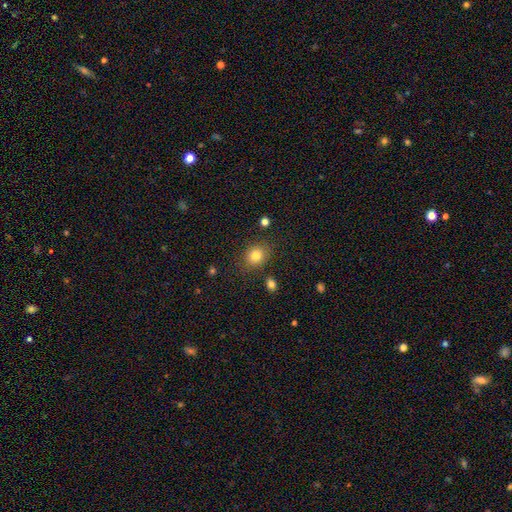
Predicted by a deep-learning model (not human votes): Morphology: type=smooth (82%); roundness=round (61%); merging=none (82%).